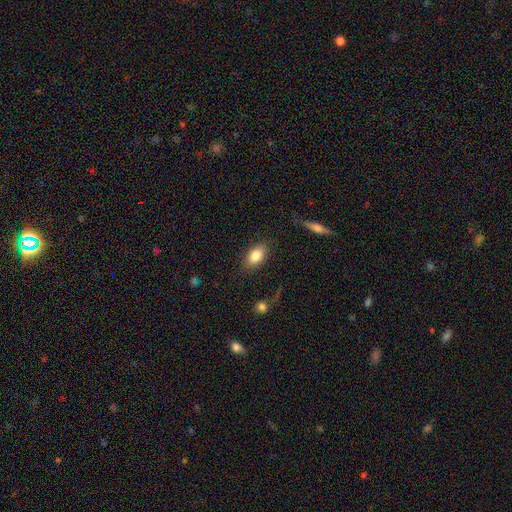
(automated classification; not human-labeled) Smooth or featured?
  - smooth: 83% *
  - featured or disk: 10%
  - star or artifact: 7%
How rounded?
  - in between: 88% *
  - round: 8%
  - cigar-shaped: 3%
Merging?
  - none: 83% *
  - minor disturbance: 11%
  - major disturbance: 4%
  - merger: 2%